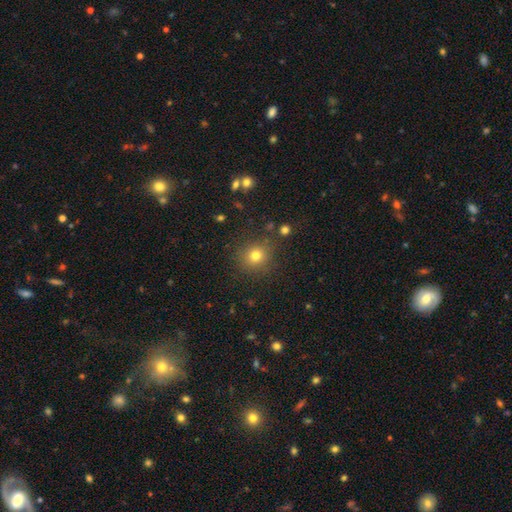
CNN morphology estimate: type=smooth (76%); roundness=round (89%); merging=none (86%).